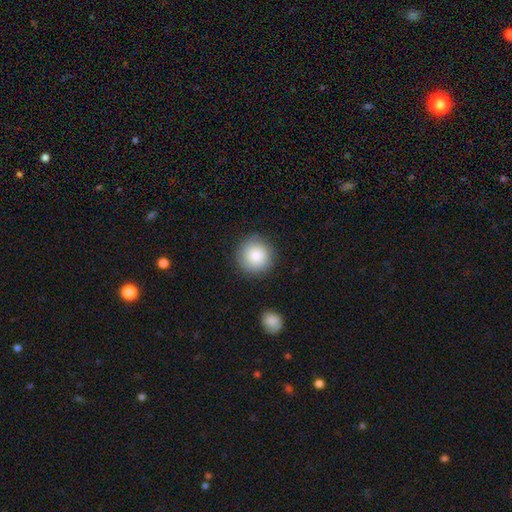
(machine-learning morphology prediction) A smooth galaxy with no disk features (86%) that is round (94%).

Vote fractions:
- Smooth or featured? smooth: 86% / star or artifact: 7% / featured or disk: 7%
- How rounded? round: 94% / in between: 5% / cigar-shaped: 1%
- Merging? none: 87% / minor disturbance: 9% / major disturbance: 3% / merger: 2%